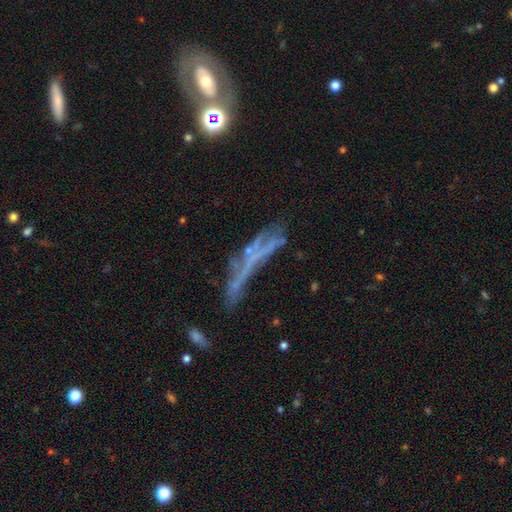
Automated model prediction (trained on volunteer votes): featured or disk 51%, smooth 28%, star or artifact 21%. Down the decision tree: edge-on disk — no (53%); merging — none (35%).